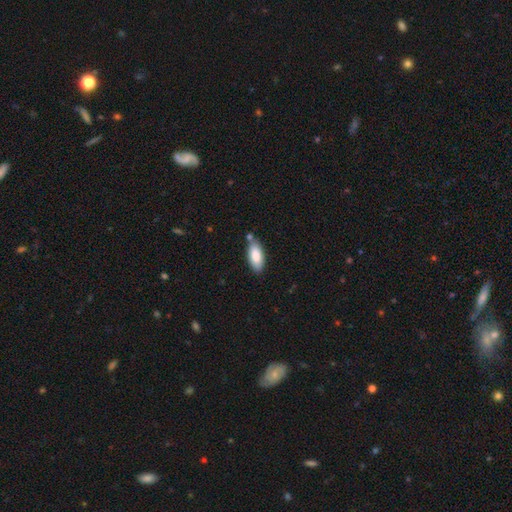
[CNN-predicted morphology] Smooth or featured? smooth (84%)
How rounded? in between (85%)
Merging? none (73%)